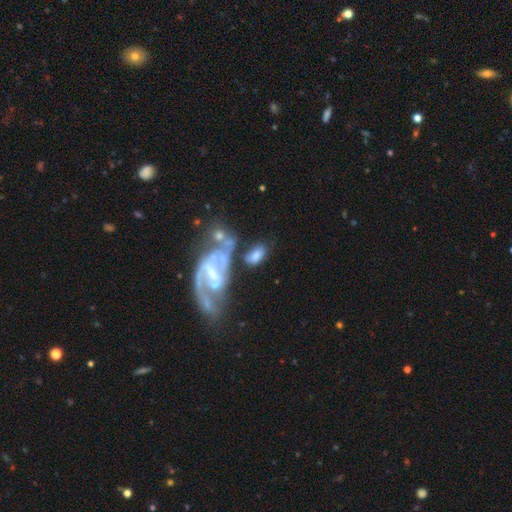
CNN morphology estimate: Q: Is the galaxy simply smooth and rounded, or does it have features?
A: smooth — 50%.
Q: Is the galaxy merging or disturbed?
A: none — 44%.